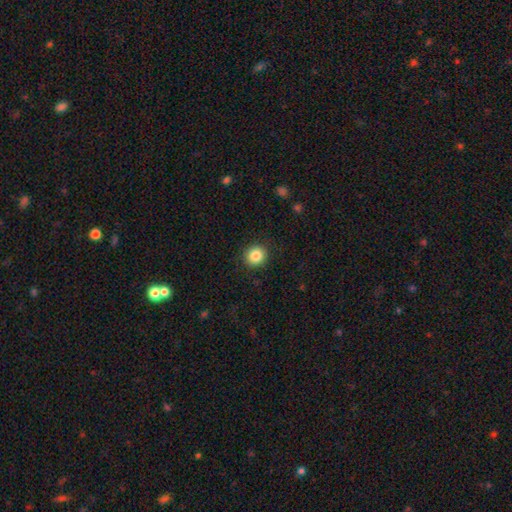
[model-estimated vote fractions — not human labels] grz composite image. It shows a smooth galaxy with no disk features (85%) that is round (84%). Merging: none (90%).